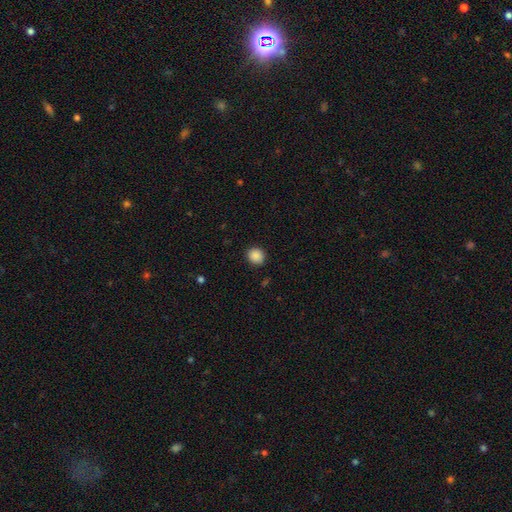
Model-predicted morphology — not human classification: type=smooth (88%); roundness=round (79%); merging=none (89%).